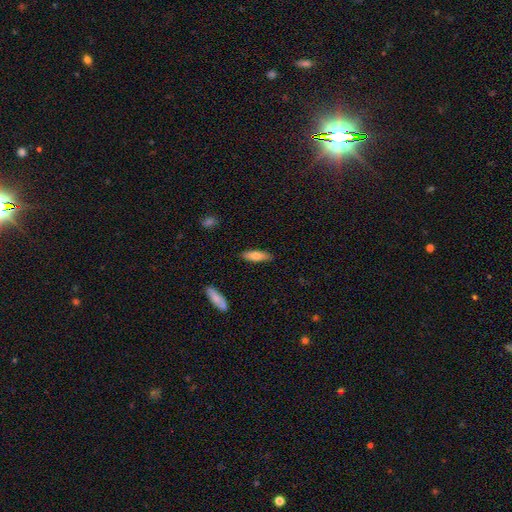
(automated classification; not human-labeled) smooth_or_featured: smooth (p=0.71) [alt: featured or disk p=0.23]
how_rounded: cigar-shaped (p=0.55) [alt: in between p=0.43]
merging: none (p=0.87) [alt: minor disturbance p=0.10]